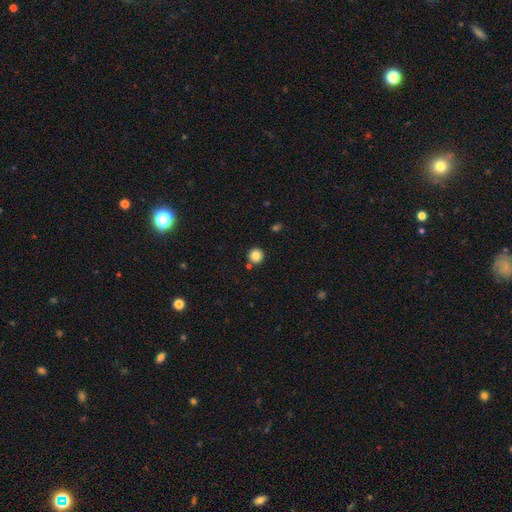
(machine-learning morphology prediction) Smooth or featured? Predicted: smooth (p=0.84). How rounded? Predicted: round (p=0.95). Merging? Predicted: none (p=0.86).